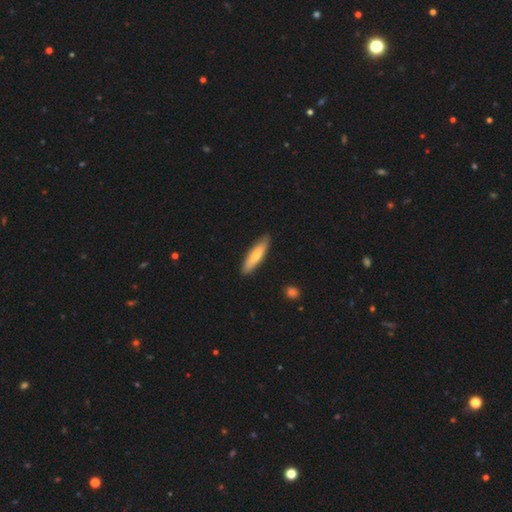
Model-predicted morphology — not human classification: Smooth or featured? smooth (78%)
How rounded? cigar-shaped (76%)
Merging? none (88%)